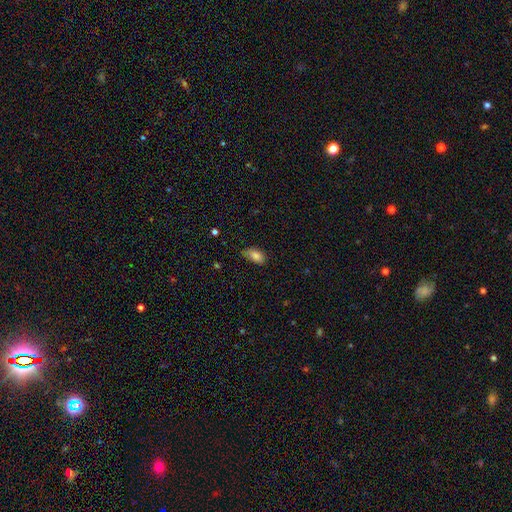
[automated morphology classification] A smooth galaxy with no disk features (85%) that is in between round and cigar-shaped (90%). Merging: none (60%).